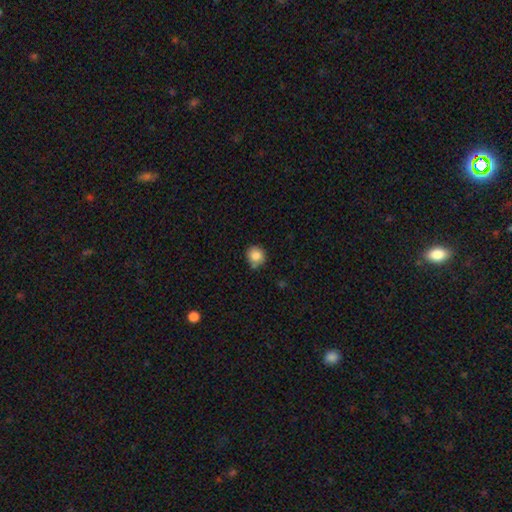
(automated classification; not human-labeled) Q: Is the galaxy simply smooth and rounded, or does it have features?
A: smooth — 84%.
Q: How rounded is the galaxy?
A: round — 90%.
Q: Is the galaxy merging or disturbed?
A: none — 73%.